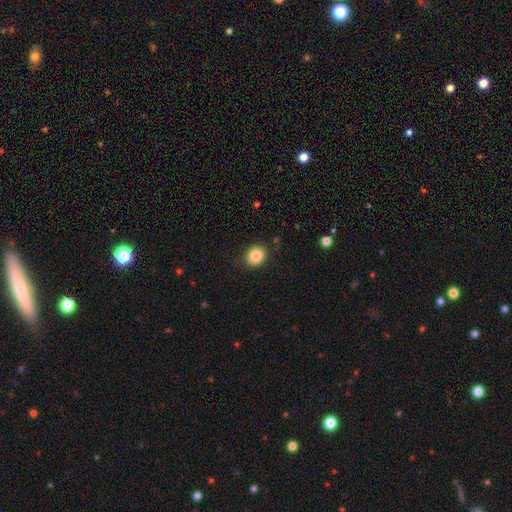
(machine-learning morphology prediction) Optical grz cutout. It shows a smooth galaxy with no disk features (84%) that is round (63%). Merging: none (87%).